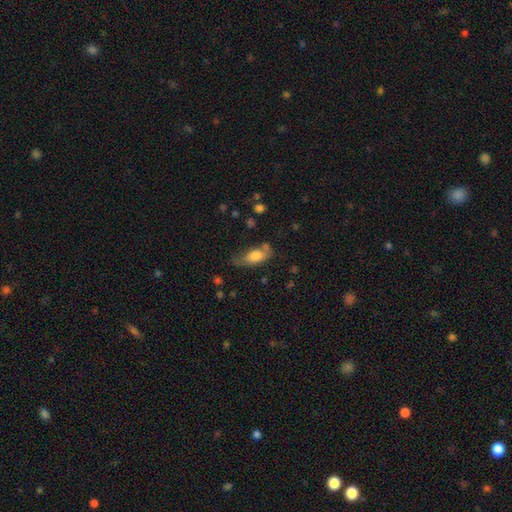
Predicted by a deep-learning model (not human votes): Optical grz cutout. It shows a smooth galaxy with no disk features (71%) that is in between round and cigar-shaped (82%). Merging: none (48%).